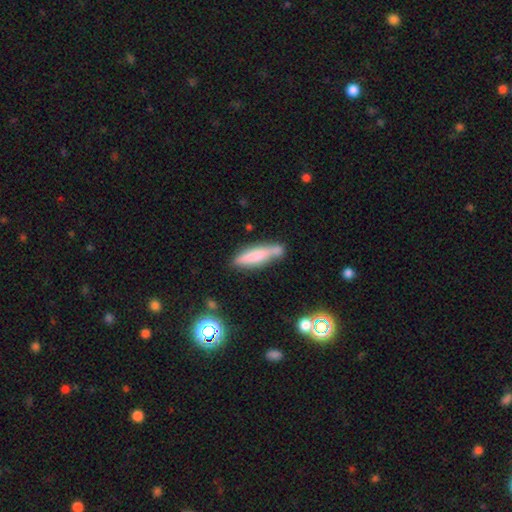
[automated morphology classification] smooth_or_featured: smooth (p=0.65) [alt: featured or disk p=0.26]
how_rounded: cigar-shaped (p=0.77) [alt: in between p=0.21]
merging: none (p=0.62) [alt: minor disturbance p=0.22]